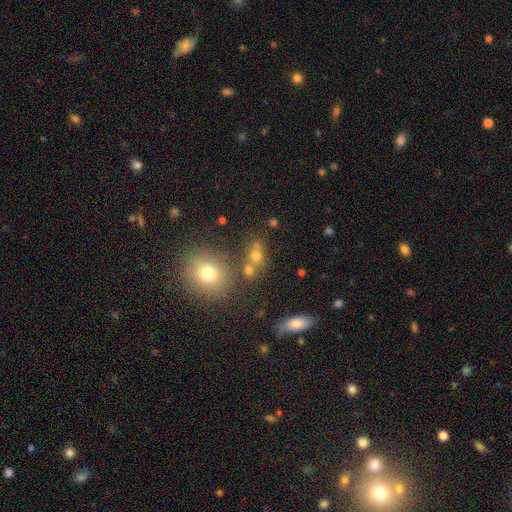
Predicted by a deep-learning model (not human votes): Smooth or featured? Predicted: smooth (p=0.66). How rounded? Predicted: round (p=0.56). Merging? Predicted: none (p=0.57).